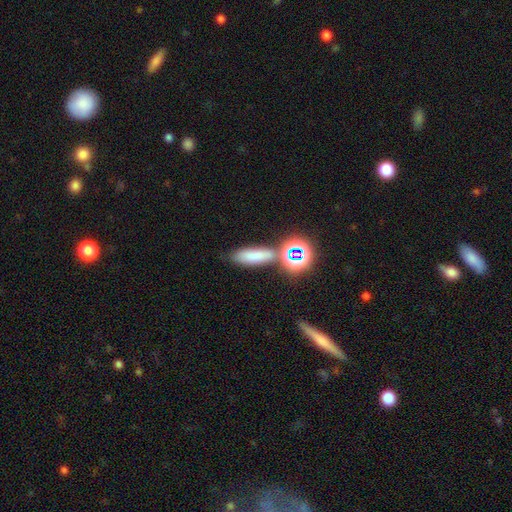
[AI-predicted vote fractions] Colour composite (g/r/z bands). It shows a smooth galaxy with no disk features (68%) that is in between round and cigar-shaped (46%). Merging: none (66%).